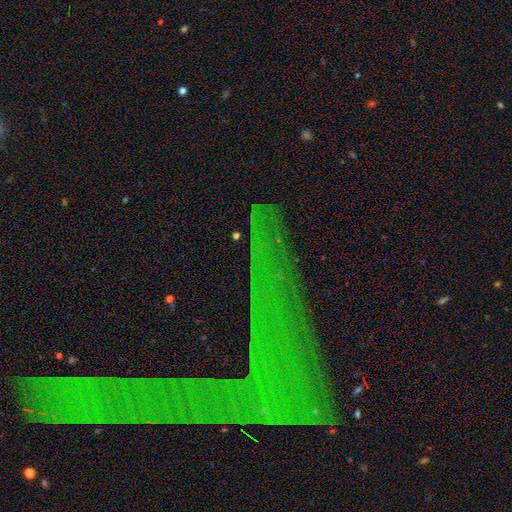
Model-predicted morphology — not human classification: Smooth or featured? Predicted: star or artifact (p=0.76).